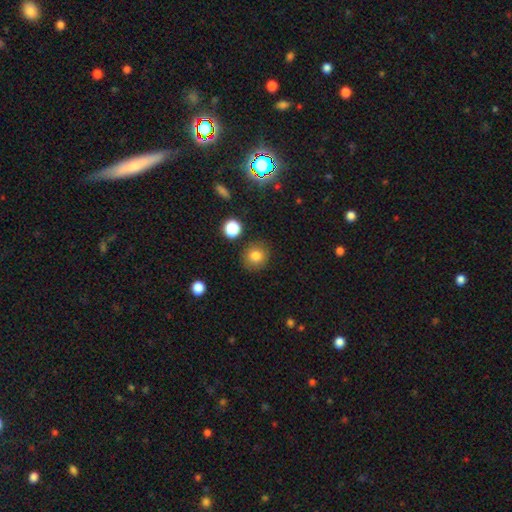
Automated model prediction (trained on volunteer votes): A smooth galaxy with no disk features (81%) that is round (88%).

Vote fractions:
- Smooth or featured? smooth: 81% / star or artifact: 12% / featured or disk: 7%
- How rounded? round: 88% / in between: 11% / cigar-shaped: 1%
- Merging? none: 87% / minor disturbance: 8% / major disturbance: 3% / merger: 2%